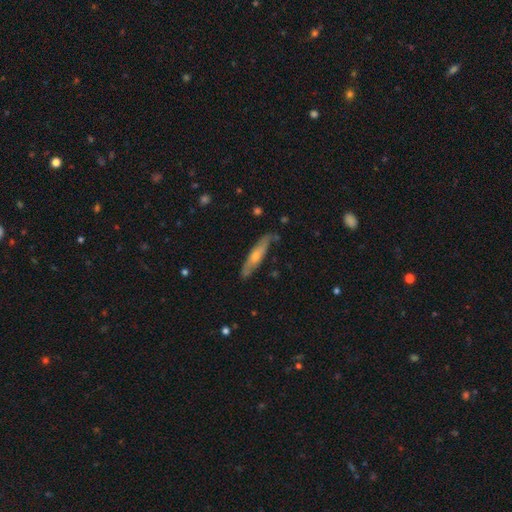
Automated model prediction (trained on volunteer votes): Smooth or featured? featured or disk (58%)
Edge-on disk? yes (75%)
Merging? none (76%)